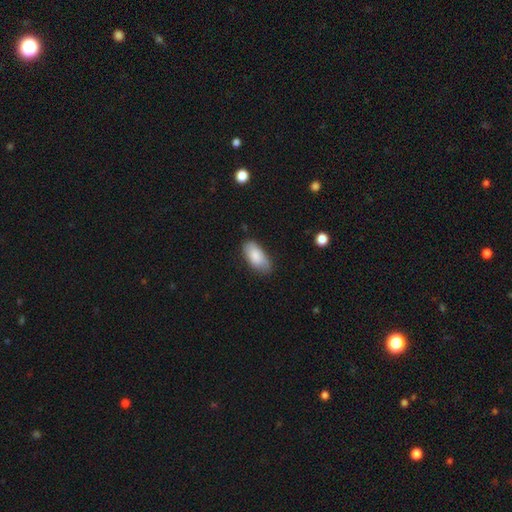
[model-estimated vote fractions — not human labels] Smooth or featured?
  - smooth: 84% *
  - featured or disk: 10%
  - star or artifact: 6%
How rounded?
  - in between: 91% *
  - cigar-shaped: 6%
  - round: 2%
Merging?
  - none: 71% *
  - minor disturbance: 23%
  - major disturbance: 4%
  - merger: 1%